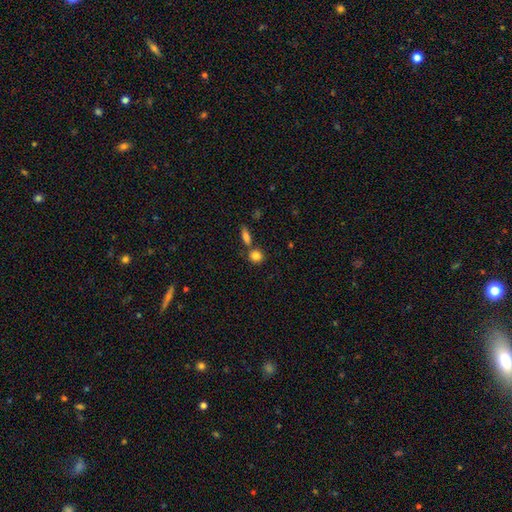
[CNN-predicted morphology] Smooth or featured? smooth (85%)
How rounded? round (78%)
Merging? none (63%)